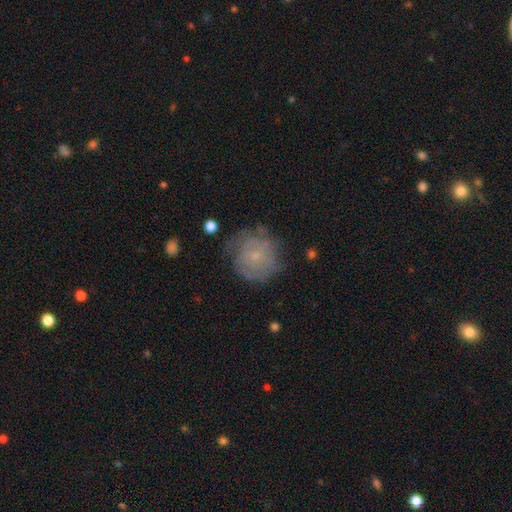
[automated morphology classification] This appears to be a featured or disk galaxy (50%). Merging: none (63%).